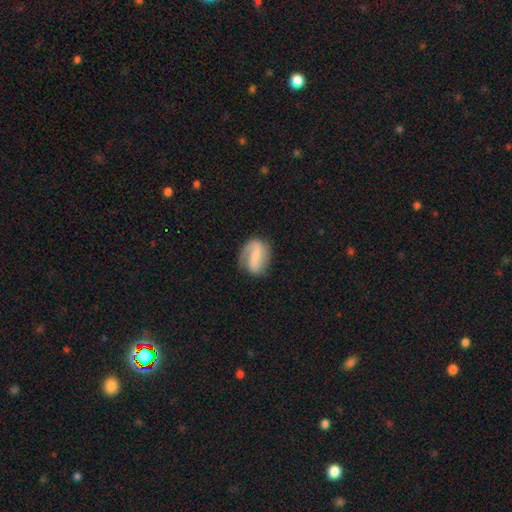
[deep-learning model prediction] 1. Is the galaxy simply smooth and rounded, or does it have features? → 67% featured or disk, 27% smooth, 6% star or artifact.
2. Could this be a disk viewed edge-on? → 97% no, 3% yes.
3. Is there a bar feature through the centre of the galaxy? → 40% strong, 38% weak, 23% no.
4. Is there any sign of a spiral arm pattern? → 89% yes, 11% no.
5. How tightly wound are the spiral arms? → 40% loose, 38% medium, 22% tight.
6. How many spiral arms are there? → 64% 2, 27% 1, 7% can't tell, 1% 3, 1% 4, 1% more than 4.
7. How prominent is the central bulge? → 51% small, 27% moderate, 17% none, 4% large, 1% dominant.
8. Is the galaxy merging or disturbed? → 66% none, 21% minor disturbance, 11% major disturbance, 2% merger.